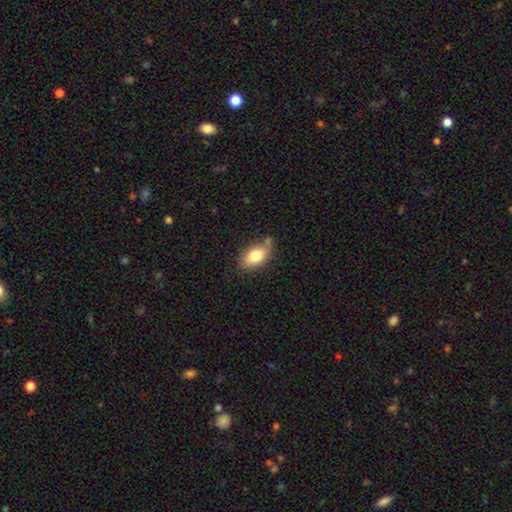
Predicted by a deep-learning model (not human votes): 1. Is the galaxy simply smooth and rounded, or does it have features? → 77% smooth, 15% featured or disk, 8% star or artifact.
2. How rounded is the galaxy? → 89% in between, 8% round, 2% cigar-shaped.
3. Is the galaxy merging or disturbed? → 62% none, 24% minor disturbance, 8% merger, 6% major disturbance.